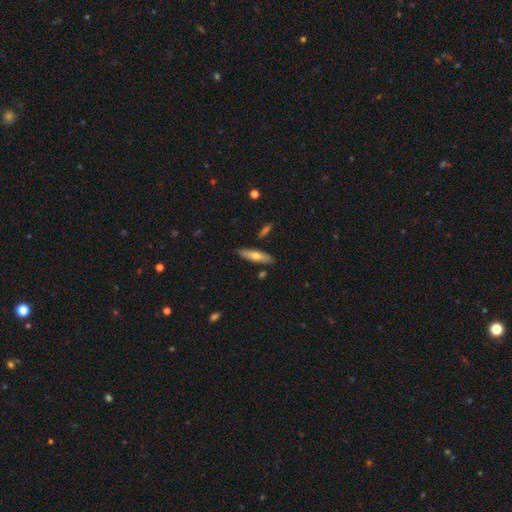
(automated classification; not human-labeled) Q: Smooth or featured?
A: smooth (58%); runner-up: featured or disk (36%)
Q: How rounded?
A: cigar-shaped (65%); runner-up: in between (33%)
Q: Merging?
A: none (84%); runner-up: minor disturbance (10%)